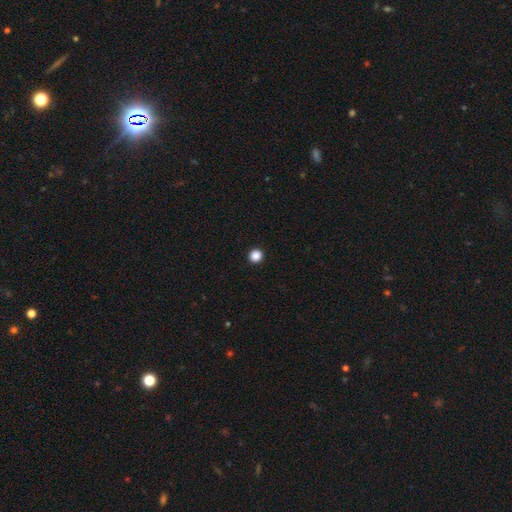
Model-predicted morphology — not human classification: smooth 87%, star or artifact 11%, featured or disk 2%. Down the decision tree: how rounded — round (95%); merging — none (94%).